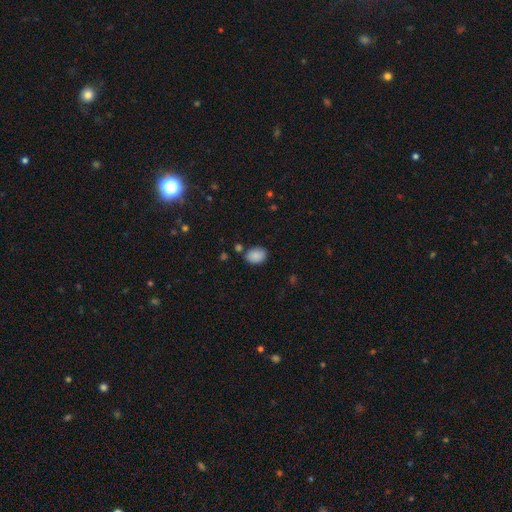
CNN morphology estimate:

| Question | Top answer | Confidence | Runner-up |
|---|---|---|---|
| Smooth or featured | smooth | 88% | star or artifact (8%) |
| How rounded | in between | 70% | round (29%) |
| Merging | none | 77% | minor disturbance (14%) |